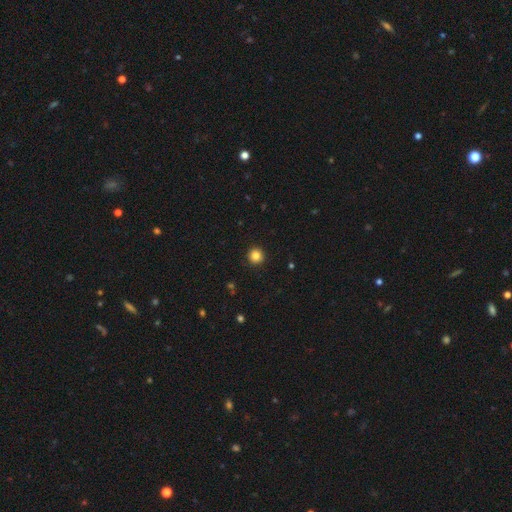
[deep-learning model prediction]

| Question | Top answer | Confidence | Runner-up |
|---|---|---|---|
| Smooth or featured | smooth | 85% | star or artifact (11%) |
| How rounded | round | 95% | in between (4%) |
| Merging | none | 93% | minor disturbance (4%) |